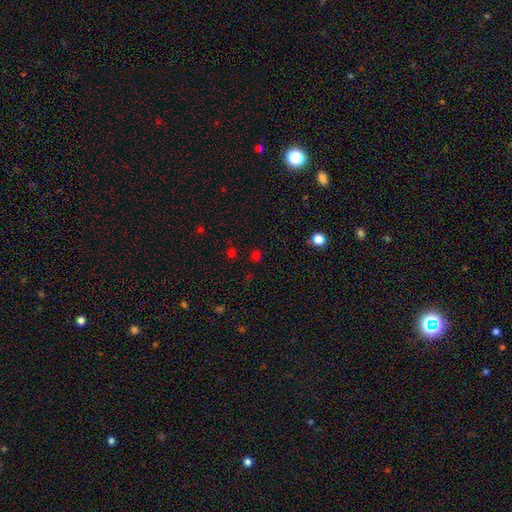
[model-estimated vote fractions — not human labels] Q: Smooth or featured?
A: smooth (60%); runner-up: star or artifact (35%)
Q: How rounded?
A: round (87%); runner-up: in between (12%)
Q: Merging?
A: none (84%); runner-up: minor disturbance (9%)